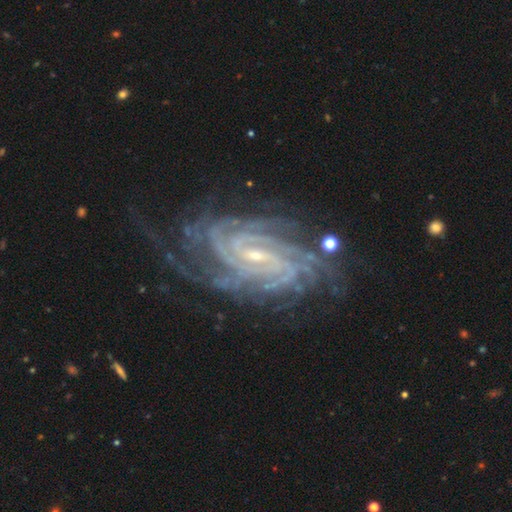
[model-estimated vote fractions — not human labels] A featured or disk galaxy (92%) with a weak bar (42%), 4 (29%) tight (79%) spiral arms (99%) and a small central bulge (76%).

Vote fractions:
- Smooth or featured? featured or disk: 92% / star or artifact: 5% / smooth: 3%
- Edge-on disk? no: 97% / yes: 3%
- Bar? weak: 42% / strong: 34% / no: 24%
- Spiral arms? yes: 99% / no: 1%
- Spiral winding? tight: 79% / medium: 18% / loose: 3%
- Spiral arm count? 4: 29% / more than 4: 22% / can't tell: 15% / 3: 14% / 2: 12% / 1: 8%
- Bulge size? small: 76% / moderate: 19% / none: 2% / large: 1% / dominant: 1%
- Merging? none: 72% / minor disturbance: 18% / major disturbance: 8% / merger: 2%